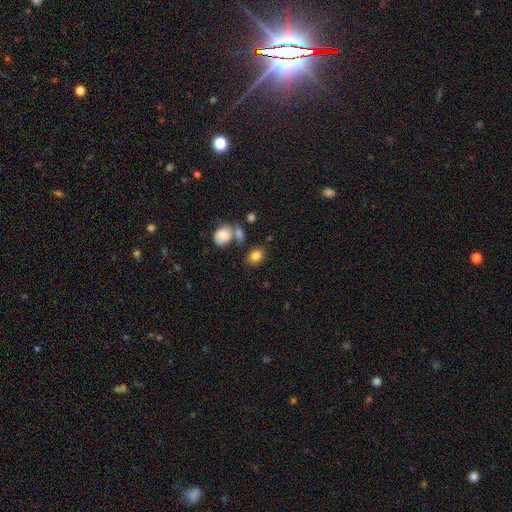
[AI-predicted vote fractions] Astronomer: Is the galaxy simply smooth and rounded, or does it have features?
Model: smooth — 82%.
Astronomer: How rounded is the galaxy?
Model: in between — 68%.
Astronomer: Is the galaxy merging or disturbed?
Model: none — 68%.